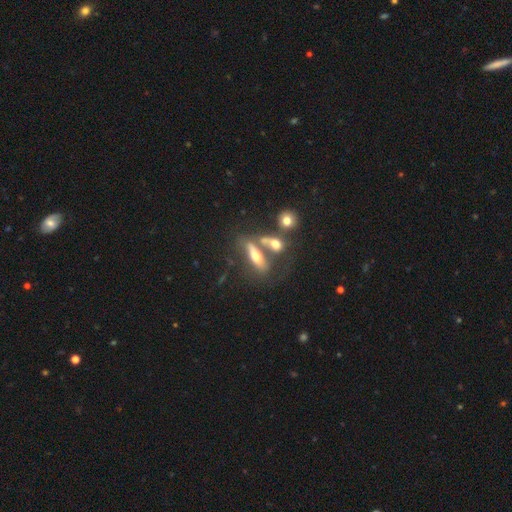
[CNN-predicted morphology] Q: Smooth or featured?
A: smooth (48%); runner-up: featured or disk (42%)
Q: Merging?
A: merger (41%); runner-up: none (35%)